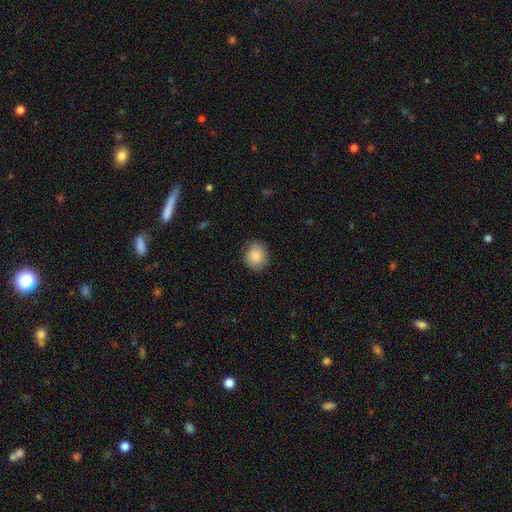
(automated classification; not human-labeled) smooth_or_featured: smooth (p=0.85) [alt: star or artifact p=0.08]
how_rounded: round (p=0.80) [alt: in between p=0.19]
merging: none (p=0.84) [alt: minor disturbance p=0.12]